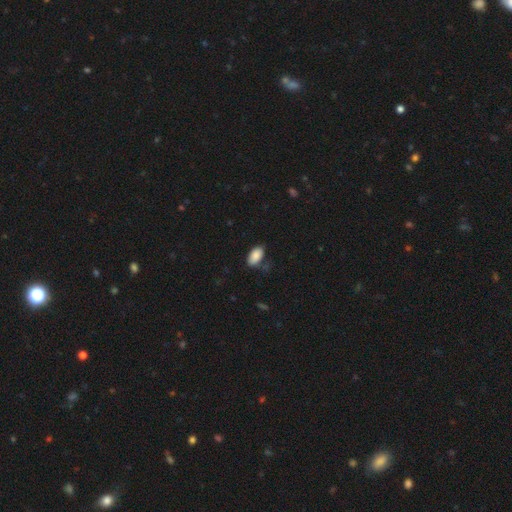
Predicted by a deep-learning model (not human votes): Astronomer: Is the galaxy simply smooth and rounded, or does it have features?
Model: smooth — 88%.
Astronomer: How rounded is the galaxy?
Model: in between — 94%.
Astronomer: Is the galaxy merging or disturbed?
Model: none — 70%.